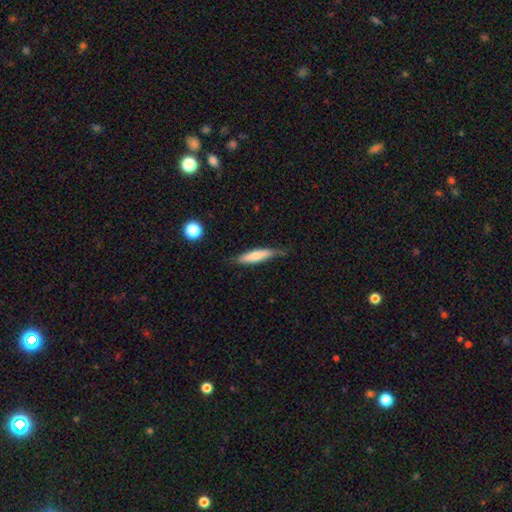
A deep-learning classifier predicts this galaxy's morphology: Smooth or featured?
  - smooth: 68% *
  - featured or disk: 26%
  - star or artifact: 6%
How rounded?
  - cigar-shaped: 80% *
  - in between: 18%
  - round: 2%
Merging?
  - none: 67% *
  - minor disturbance: 26%
  - major disturbance: 5%
  - merger: 2%